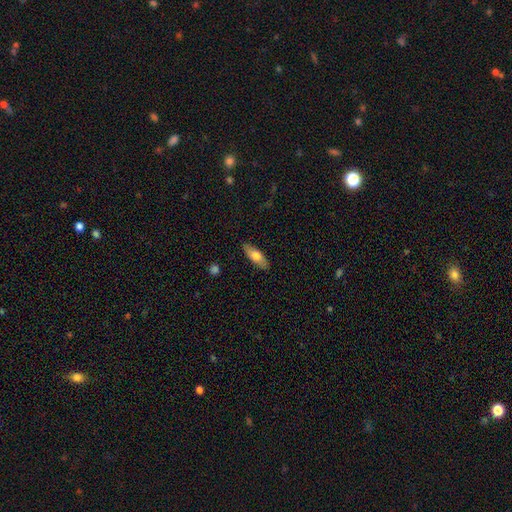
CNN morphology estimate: This is likely a smooth galaxy (68%). How rounded: likely in between (63%). Merging: clearly none (87%).